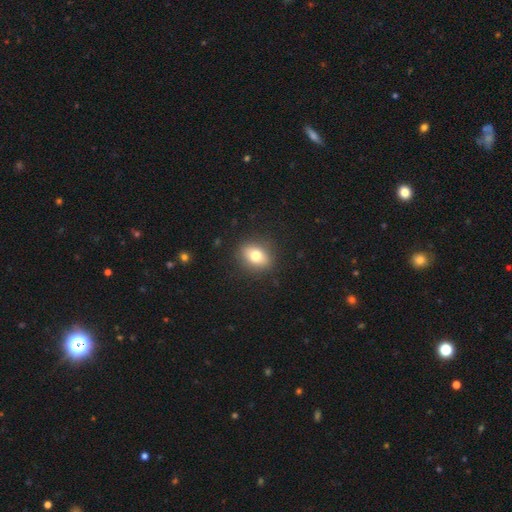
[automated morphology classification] This is likely a smooth galaxy (75%). How rounded: likely in between (64%). Merging: clearly none (87%).